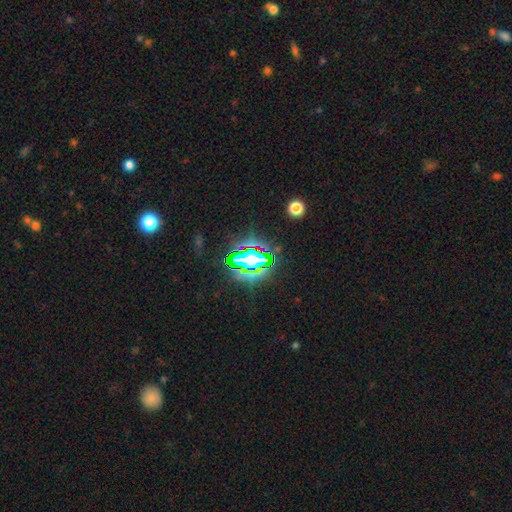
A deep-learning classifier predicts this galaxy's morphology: Smooth or featured: star or artifact — 68% (smooth — 20%)